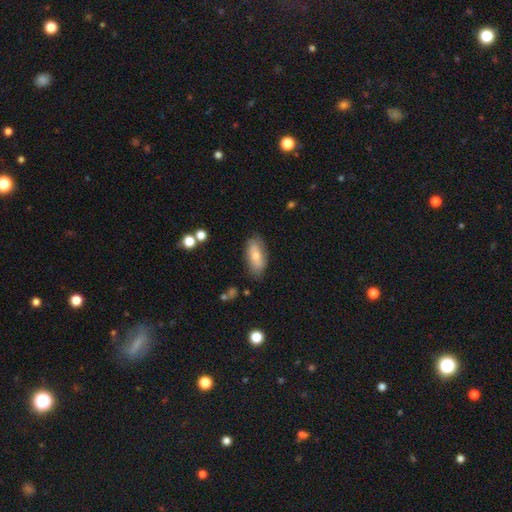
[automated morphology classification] type=smooth (70%); roundness=in between (87%); merging=none (76%).